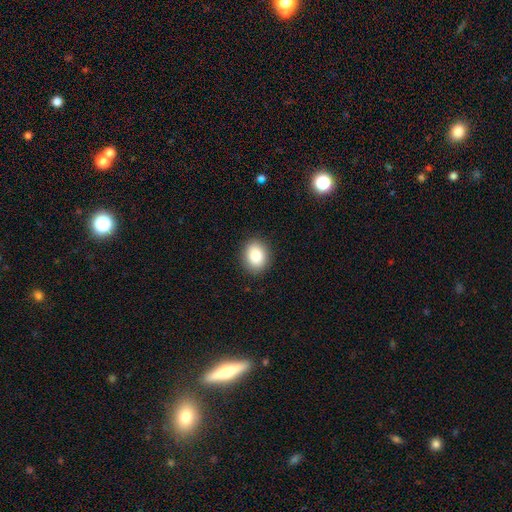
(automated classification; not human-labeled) smooth-or-featured: smooth: 86% | star or artifact: 8% | featured or disk: 6%
  how-rounded: round: 52% | in between: 47% | cigar-shaped: 1%
  merging: none: 89% | minor disturbance: 8% | major disturbance: 2% | merger: 1%